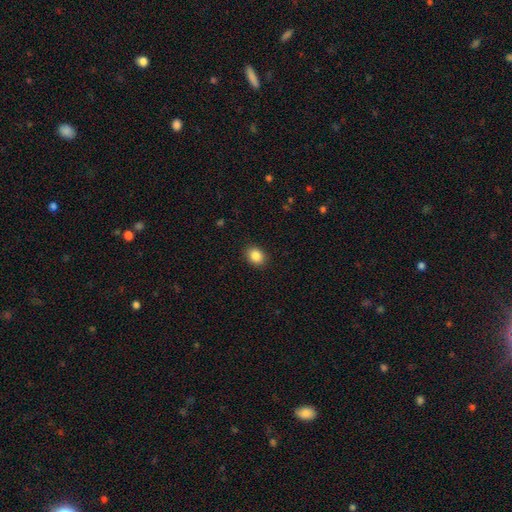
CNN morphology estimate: Smooth or featured? smooth (87%)
How rounded? in between (56%)
Merging? none (89%)